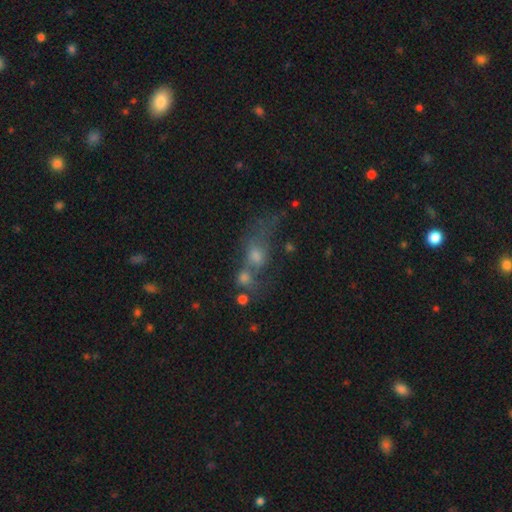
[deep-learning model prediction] Q: Smooth or featured?
A: smooth (54%); runner-up: featured or disk (26%)
Q: How rounded?
A: in between (62%); runner-up: round (29%)
Q: Merging?
A: merger (43%); runner-up: none (25%)